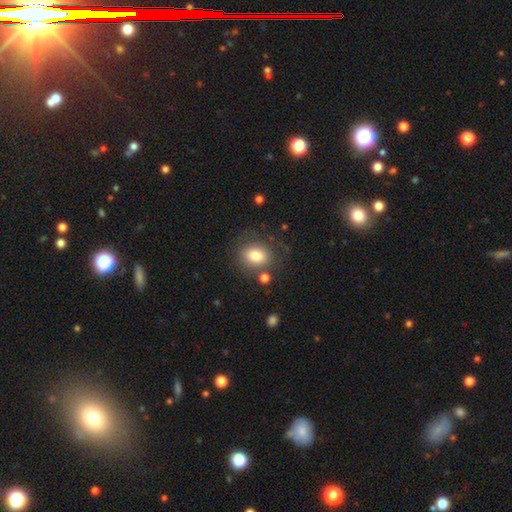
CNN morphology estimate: smooth 80%, featured or disk 10%, star or artifact 10%. Down the decision tree: how rounded — round (54%); merging — none (73%).